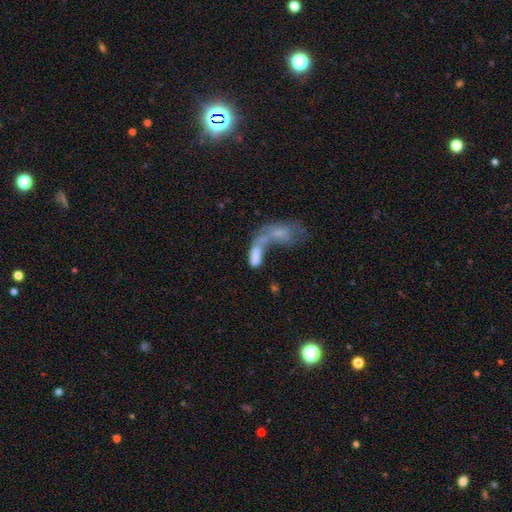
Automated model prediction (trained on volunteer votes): Smooth or featured?
  - smooth: 64% *
  - featured or disk: 26%
  - star or artifact: 10%
How rounded?
  - in between: 73% *
  - cigar-shaped: 23%
  - round: 4%
Merging?
  - merger: 68% *
  - major disturbance: 15%
  - none: 10%
  - minor disturbance: 6%